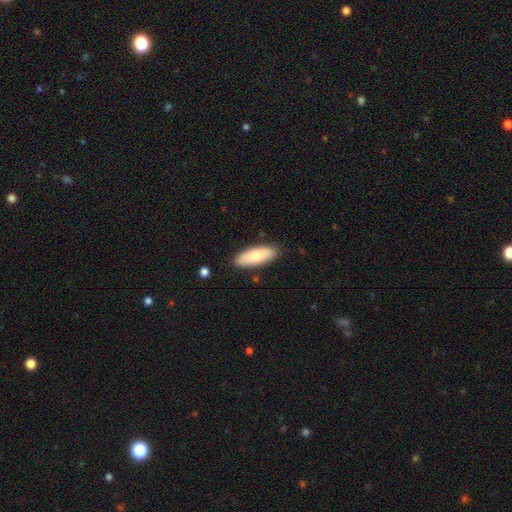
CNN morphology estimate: Overall: smooth (80%). How rounded: in between (73%). Merging: none (85%).